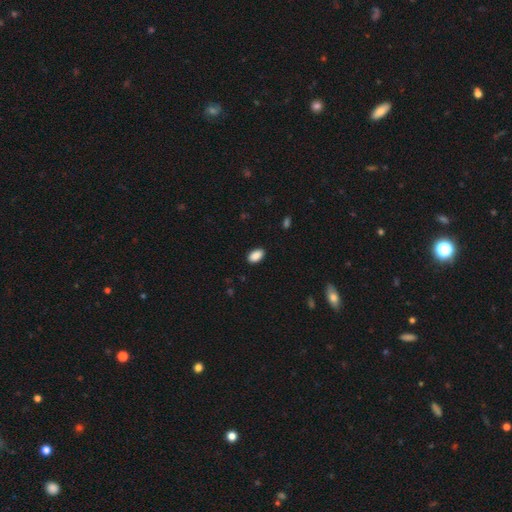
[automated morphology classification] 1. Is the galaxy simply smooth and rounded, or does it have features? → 90% smooth, 7% star or artifact, 3% featured or disk.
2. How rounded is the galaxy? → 93% in between, 5% round, 2% cigar-shaped.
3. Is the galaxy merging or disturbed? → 88% none, 9% minor disturbance, 2% major disturbance, 1% merger.